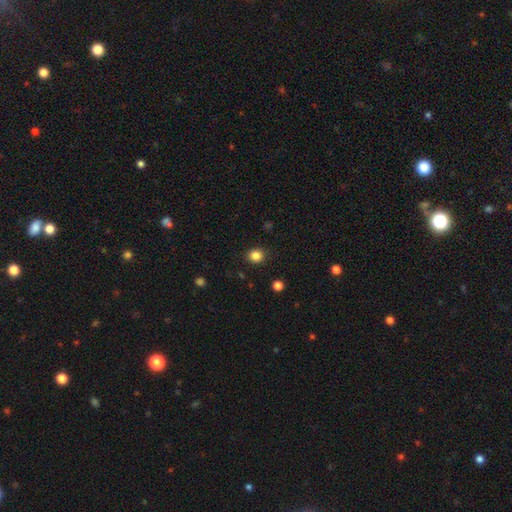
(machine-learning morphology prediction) Q: Smooth or featured?
A: smooth (84%); runner-up: star or artifact (12%)
Q: How rounded?
A: round (78%); runner-up: in between (21%)
Q: Merging?
A: none (90%); runner-up: minor disturbance (7%)